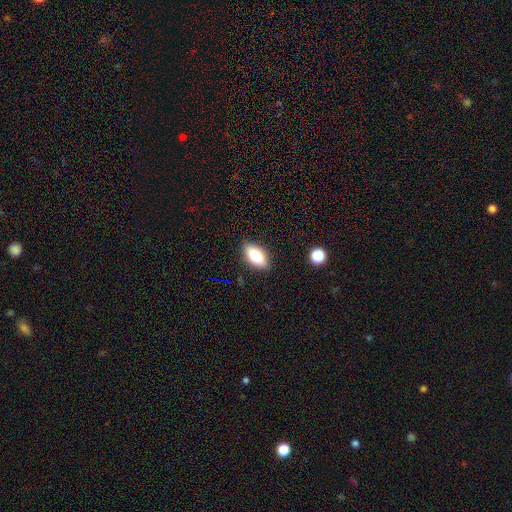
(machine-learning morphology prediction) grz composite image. It shows a smooth galaxy with no disk features (76%) that is in between round and cigar-shaped (86%). Merging: none (86%).